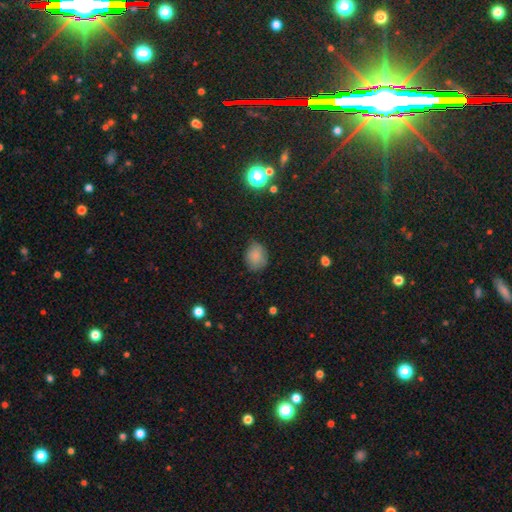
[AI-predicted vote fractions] smooth 80%, star or artifact 12%, featured or disk 8%. Down the decision tree: how rounded — round (51%); merging — none (71%).